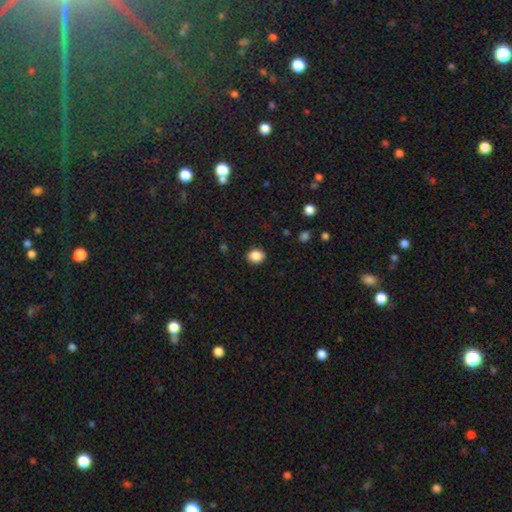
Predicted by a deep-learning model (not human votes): smooth_or_featured: smooth (p=0.87) [alt: star or artifact p=0.09]
how_rounded: round (p=0.65) [alt: in between p=0.34]
merging: none (p=0.90) [alt: minor disturbance p=0.07]